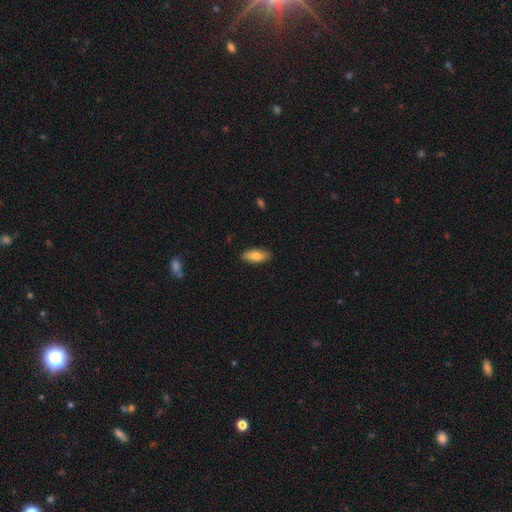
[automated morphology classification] A smooth galaxy with no disk features (79%) that is in between round and cigar-shaped (79%).

Vote fractions:
- Smooth or featured? smooth: 79% / featured or disk: 15% / star or artifact: 6%
- How rounded? in between: 79% / cigar-shaped: 19% / round: 2%
- Merging? none: 87% / minor disturbance: 11% / major disturbance: 2% / merger: 1%